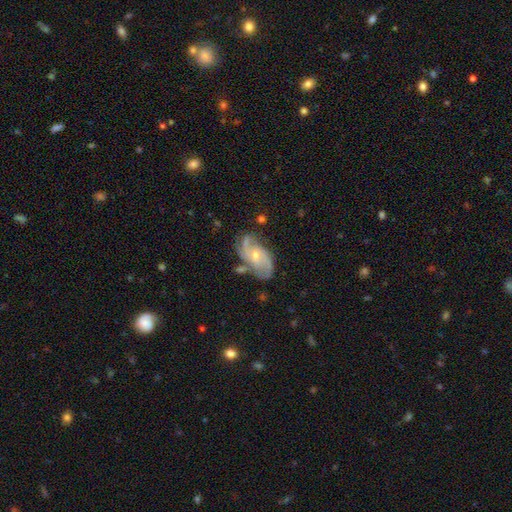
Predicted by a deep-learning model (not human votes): Smooth or featured? Predicted: featured or disk (p=0.85). Edge-on disk? Predicted: no (p=0.97). Bar? Predicted: no (p=0.61). Spiral arms? Predicted: yes (p=0.96). Spiral winding? Predicted: medium (p=0.48). Spiral arm count? Predicted: 2 (p=0.46). Bulge size? Predicted: small (p=0.64). Merging? Predicted: none (p=0.62).